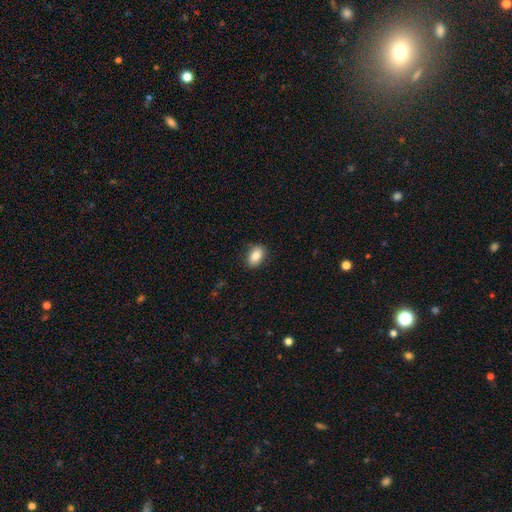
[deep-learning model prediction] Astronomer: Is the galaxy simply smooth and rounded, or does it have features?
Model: smooth — 85%.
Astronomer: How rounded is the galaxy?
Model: in between — 84%.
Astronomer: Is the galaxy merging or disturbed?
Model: none — 87%.